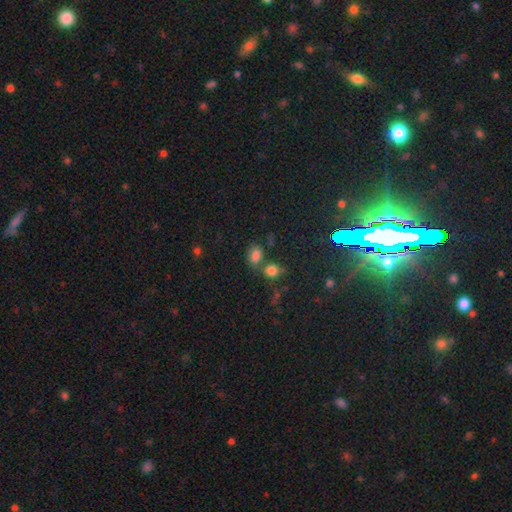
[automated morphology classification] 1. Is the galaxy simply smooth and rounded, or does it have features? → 77% smooth, 15% star or artifact, 8% featured or disk.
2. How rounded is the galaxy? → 73% in between, 25% round, 2% cigar-shaped.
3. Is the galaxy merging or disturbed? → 52% none, 29% merger, 14% minor disturbance, 5% major disturbance.